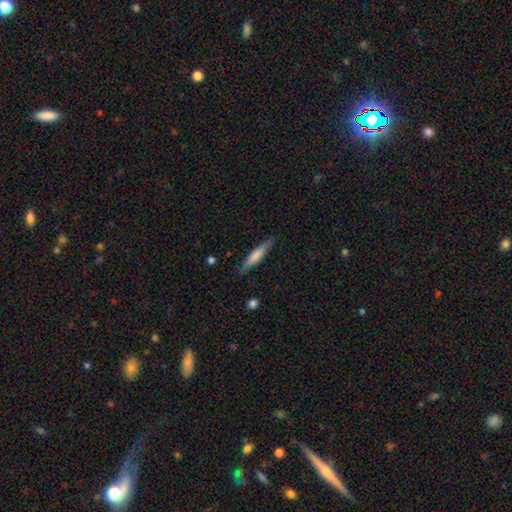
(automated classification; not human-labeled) Smooth or featured: smooth — 66% (featured or disk — 28%)
How rounded: cigar-shaped — 88% (in between — 11%)
Merging: none — 86% (minor disturbance — 11%)